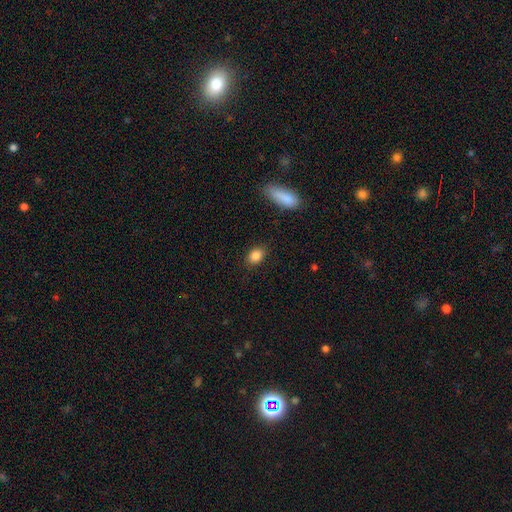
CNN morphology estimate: Q: Smooth or featured?
A: smooth (86%); runner-up: star or artifact (9%)
Q: How rounded?
A: in between (70%); runner-up: round (28%)
Q: Merging?
A: none (86%); runner-up: minor disturbance (10%)